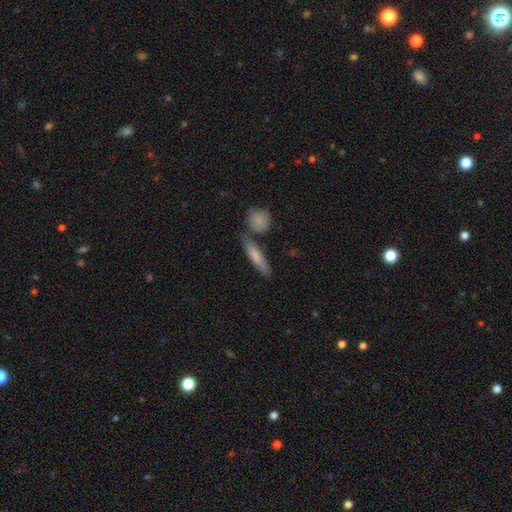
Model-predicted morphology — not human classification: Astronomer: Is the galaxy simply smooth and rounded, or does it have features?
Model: smooth — 74%.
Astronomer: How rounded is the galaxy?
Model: cigar-shaped — 77%.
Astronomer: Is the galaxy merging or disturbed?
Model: none — 72%.